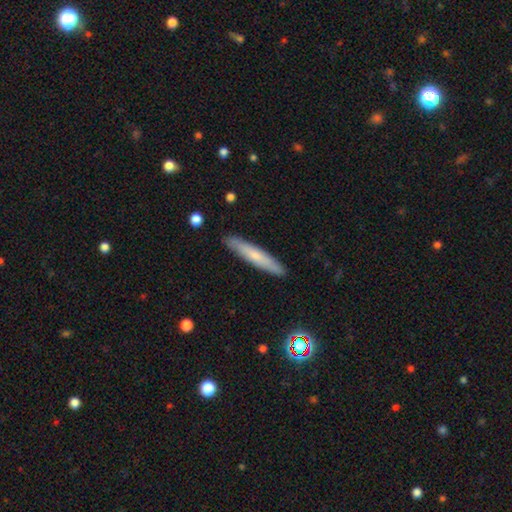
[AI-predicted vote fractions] The model was most divided on "smooth or featured": smooth: 62%, featured or disk: 31%, star or artifact: 7%. More confident: how rounded — cigar-shaped (92%); merging — none (89%).